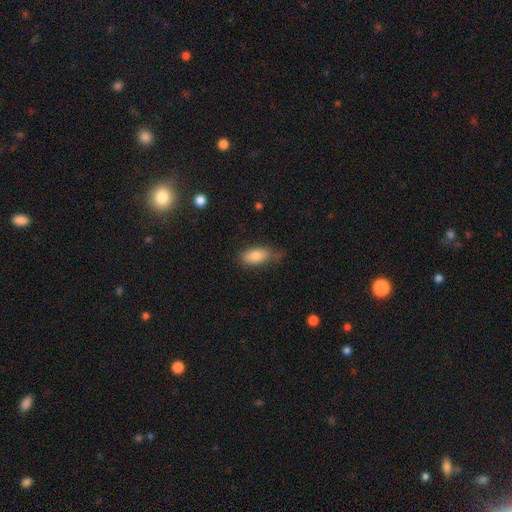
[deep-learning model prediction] A smooth galaxy with no disk features (80%) that is in between round and cigar-shaped (86%).

Vote fractions:
- Smooth or featured? smooth: 80% / featured or disk: 13% / star or artifact: 8%
- How rounded? in between: 86% / cigar-shaped: 10% / round: 4%
- Merging? none: 57% / minor disturbance: 32% / major disturbance: 9% / merger: 3%